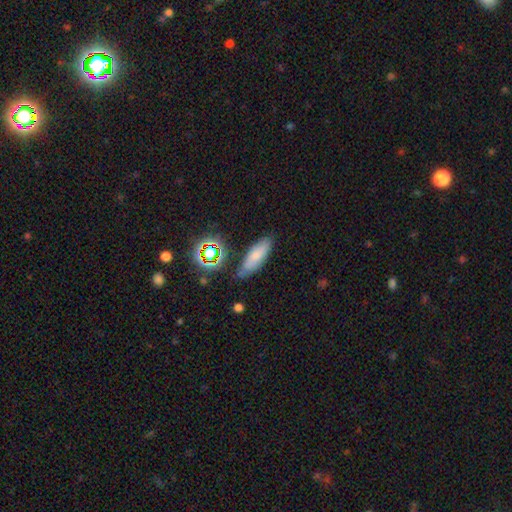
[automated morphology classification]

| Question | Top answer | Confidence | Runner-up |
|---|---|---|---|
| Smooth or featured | smooth | 71% | featured or disk (16%) |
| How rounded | in between | 61% | cigar-shaped (35%) |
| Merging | none | 73% | minor disturbance (19%) |